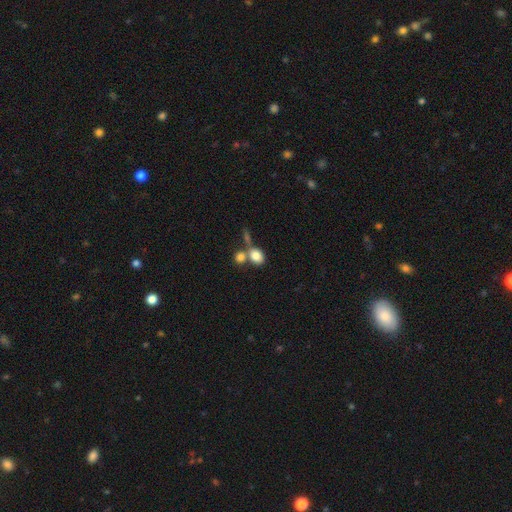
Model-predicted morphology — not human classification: Q: Smooth or featured?
A: smooth (81%); runner-up: featured or disk (10%)
Q: How rounded?
A: in between (54%); runner-up: round (44%)
Q: Merging?
A: merger (48%); runner-up: none (37%)